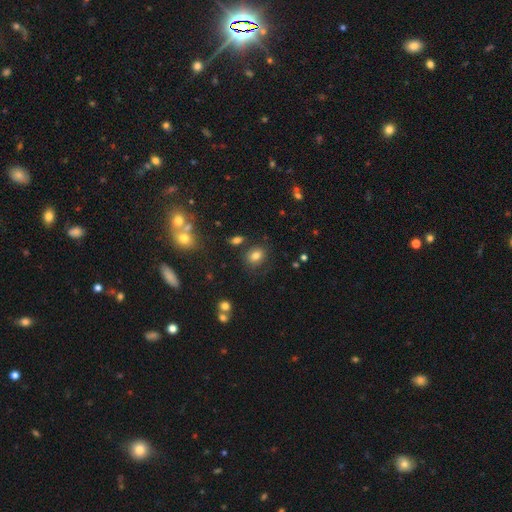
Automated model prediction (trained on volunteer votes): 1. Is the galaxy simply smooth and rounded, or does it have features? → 77% smooth, 14% star or artifact, 9% featured or disk.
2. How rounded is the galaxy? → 50% in between, 49% round, 1% cigar-shaped.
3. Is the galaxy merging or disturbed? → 79% none, 12% minor disturbance, 5% merger, 4% major disturbance.